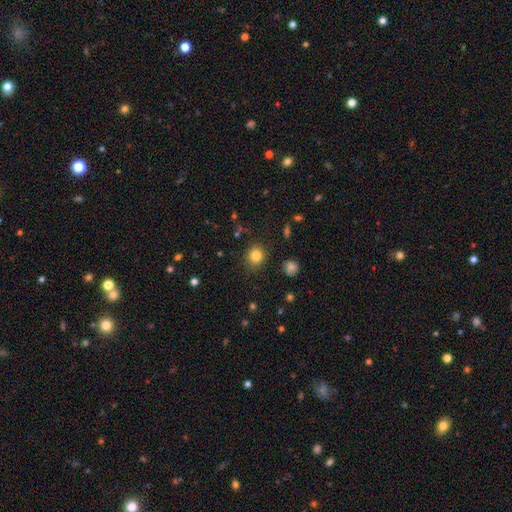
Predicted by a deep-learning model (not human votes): Smooth or featured? smooth (81%)
How rounded? round (85%)
Merging? none (88%)